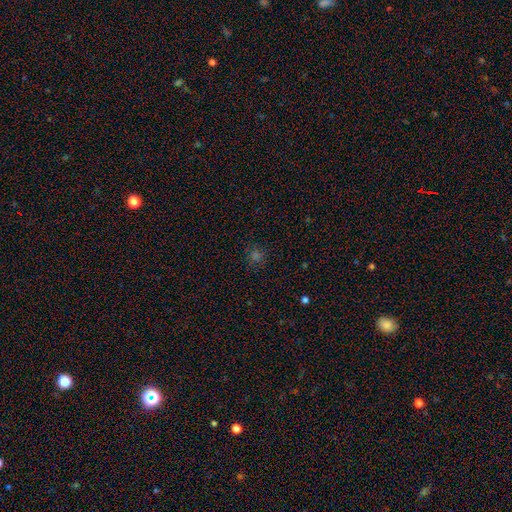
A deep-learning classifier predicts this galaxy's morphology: smooth_or_featured: smooth (p=0.59) [alt: star or artifact p=0.34]
how_rounded: round (p=0.87) [alt: in between p=0.12]
merging: none (p=0.85) [alt: minor disturbance p=0.09]